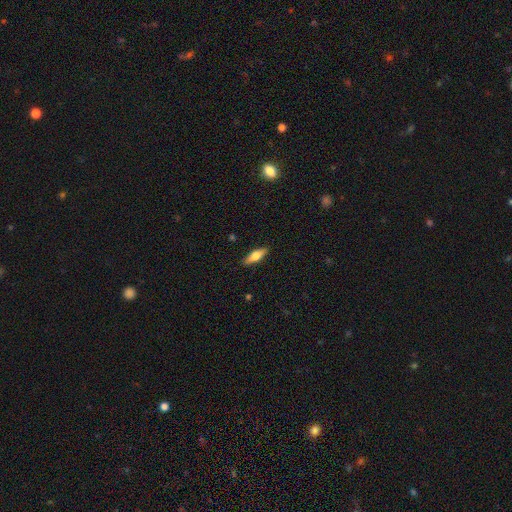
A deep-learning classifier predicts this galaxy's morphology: This is possibly a smooth galaxy (57%). How rounded: possibly in between (54%). Merging: clearly none (89%).